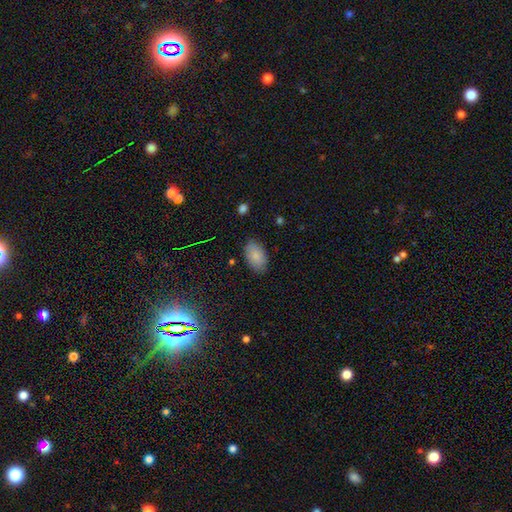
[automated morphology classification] This appears to be a smooth galaxy with no disk features (86%) that is in between round and cigar-shaped (94%). Merging: none (85%).